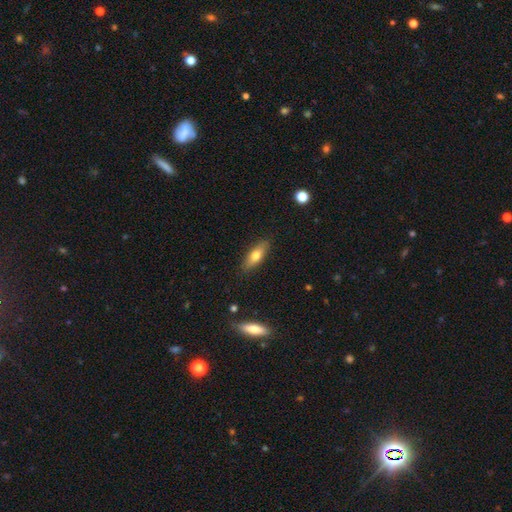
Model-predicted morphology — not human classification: type=smooth (68%); roundness=in between (61%); merging=none (86%).